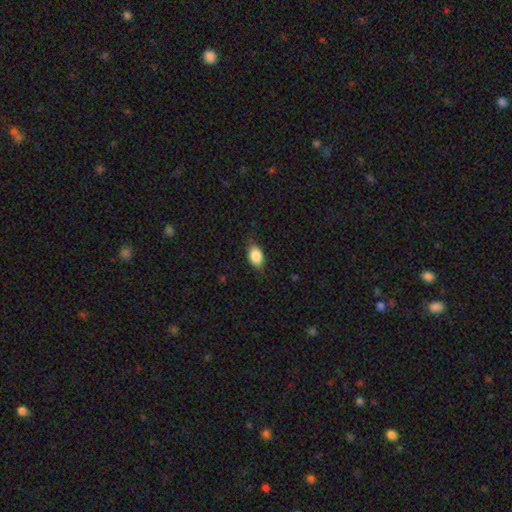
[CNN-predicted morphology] Smooth or featured? Predicted: smooth (p=0.85). How rounded? Predicted: in between (p=0.84). Merging? Predicted: none (p=0.77).